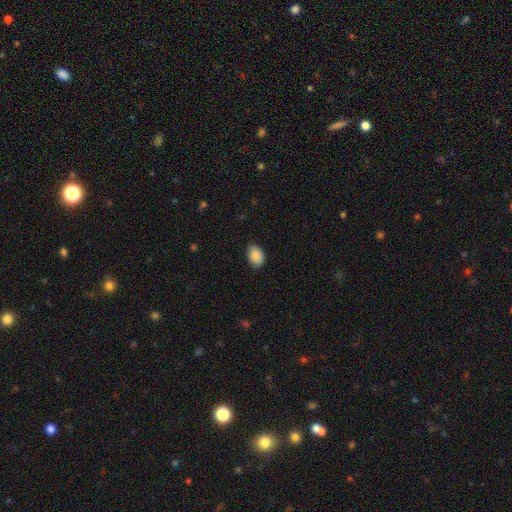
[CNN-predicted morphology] smooth_or_featured: smooth (p=0.87) [alt: star or artifact p=0.07]
how_rounded: in between (p=0.88) [alt: round p=0.11]
merging: none (p=0.85) [alt: minor disturbance p=0.12]